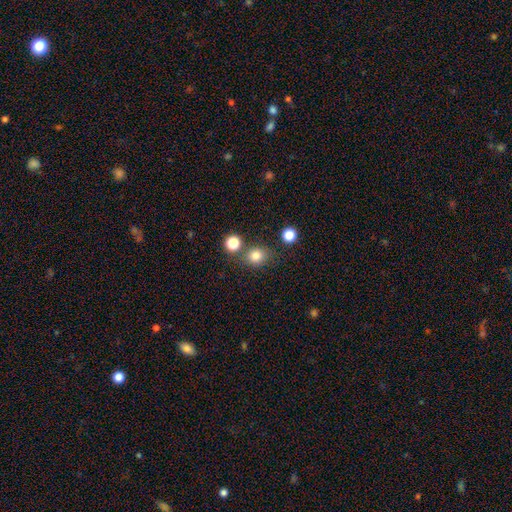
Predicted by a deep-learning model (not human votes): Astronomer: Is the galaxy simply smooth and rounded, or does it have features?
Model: smooth — 81%.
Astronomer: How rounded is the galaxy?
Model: round — 73%.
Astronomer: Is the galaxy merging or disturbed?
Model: none — 74%.